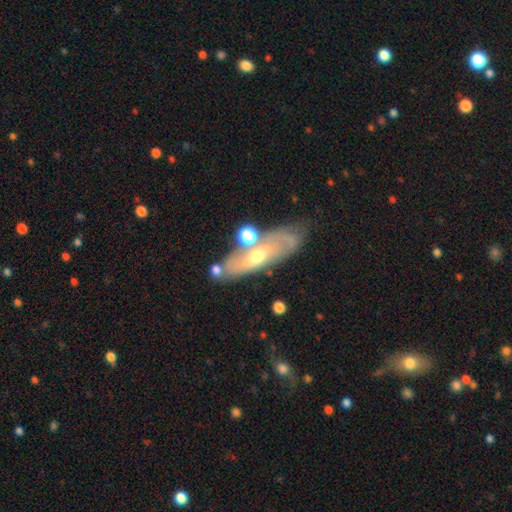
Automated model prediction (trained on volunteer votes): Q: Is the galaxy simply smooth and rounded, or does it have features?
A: featured or disk — 61%.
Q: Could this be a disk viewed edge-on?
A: no — 71%.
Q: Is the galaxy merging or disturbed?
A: none — 61%.